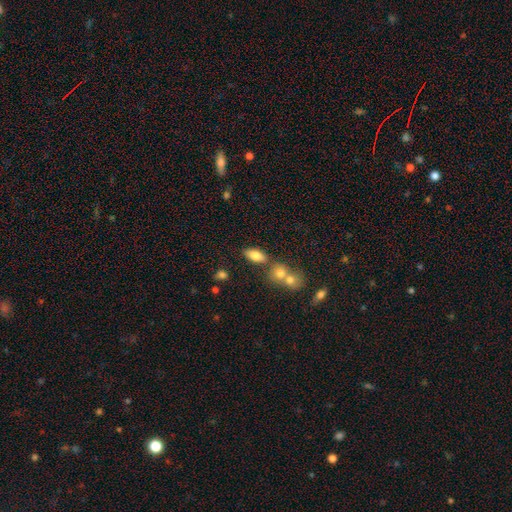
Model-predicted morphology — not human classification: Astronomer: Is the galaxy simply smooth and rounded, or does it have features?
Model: smooth — 77%.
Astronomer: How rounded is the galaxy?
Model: in between — 86%.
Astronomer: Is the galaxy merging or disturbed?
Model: none — 67%.